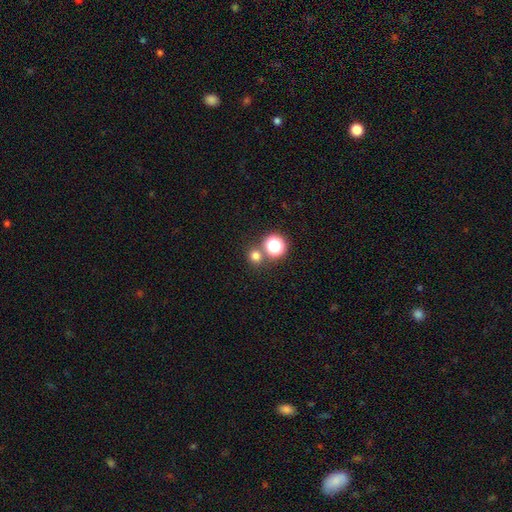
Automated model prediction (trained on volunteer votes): smooth_or_featured: smooth (p=0.72) [alt: star or artifact p=0.22]
how_rounded: round (p=0.88) [alt: in between p=0.11]
merging: none (p=0.74) [alt: merger p=0.17]